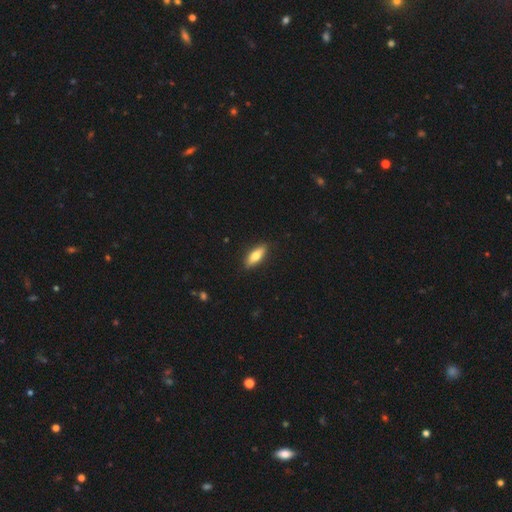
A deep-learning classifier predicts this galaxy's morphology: A smooth galaxy with no disk features (68%) that is in between round and cigar-shaped (56%).

Vote fractions:
- Smooth or featured? smooth: 68% / featured or disk: 27% / star or artifact: 6%
- How rounded? in between: 56% / cigar-shaped: 42% / round: 2%
- Merging? none: 89% / minor disturbance: 9% / major disturbance: 2% / merger: 1%